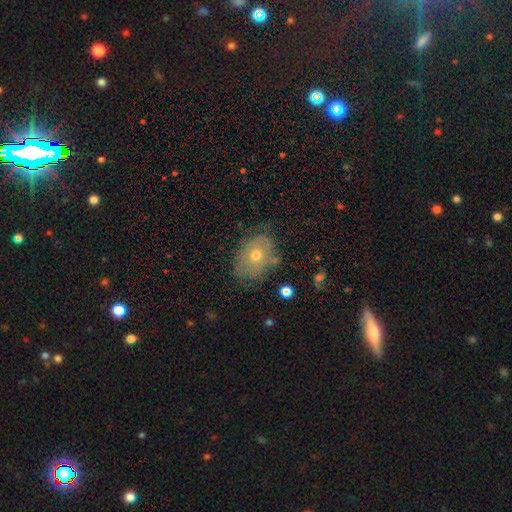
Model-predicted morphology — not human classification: Overall: smooth (52%; featured or disk 38%). How rounded: in between (65%; round 34%). Merging: none (64%; minor disturbance 25%).